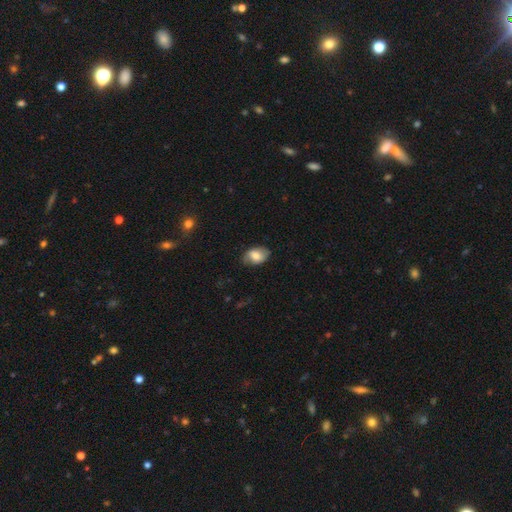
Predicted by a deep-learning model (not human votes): Q: Smooth or featured?
A: smooth (71%); runner-up: featured or disk (21%)
Q: How rounded?
A: in between (85%); runner-up: round (13%)
Q: Merging?
A: none (74%); runner-up: minor disturbance (20%)